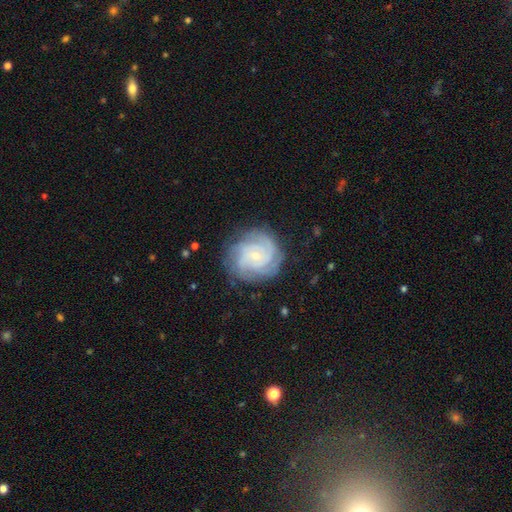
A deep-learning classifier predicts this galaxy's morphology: Smooth or featured? Predicted: featured or disk (p=0.84). Edge-on disk? Predicted: no (p=0.98). Bar? Predicted: no (p=0.71). Spiral arms? Predicted: yes (p=0.97). Spiral winding? Predicted: tight (p=0.73). Spiral arm count? Predicted: 3 (p=0.26). Bulge size? Predicted: small (p=0.78). Merging? Predicted: none (p=0.80).